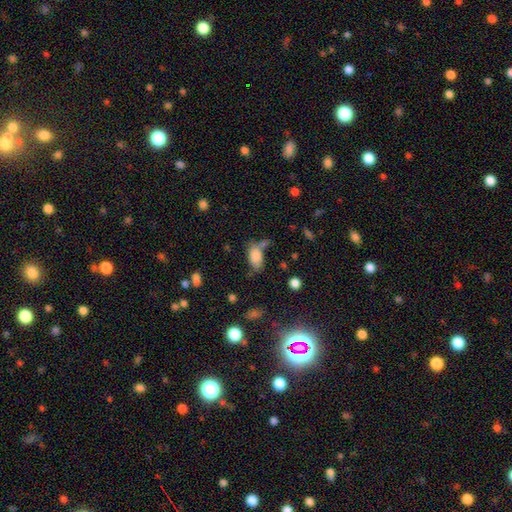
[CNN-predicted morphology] Smooth or featured: smooth — 83% (star or artifact — 9%)
How rounded: in between — 92% (round — 5%)
Merging: none — 50% (minor disturbance — 22%)